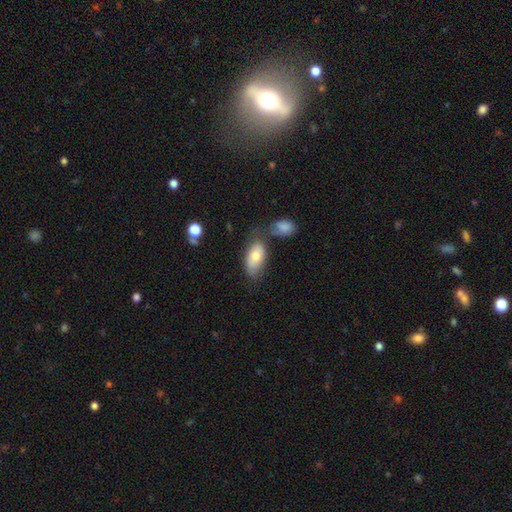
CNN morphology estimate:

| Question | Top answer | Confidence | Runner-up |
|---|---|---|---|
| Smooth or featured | smooth | 72% | featured or disk (21%) |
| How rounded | in between | 92% | round (5%) |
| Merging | none | 49% | minor disturbance (22%) |